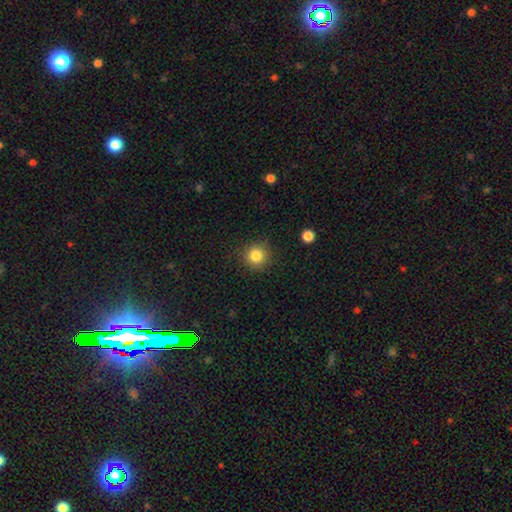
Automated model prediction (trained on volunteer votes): Smooth or featured? Predicted: smooth (p=0.84). How rounded? Predicted: round (p=0.93). Merging? Predicted: none (p=0.88).